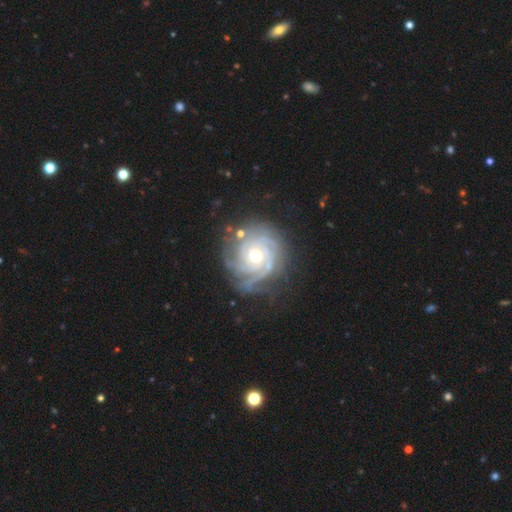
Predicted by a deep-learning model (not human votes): smooth_or_featured: featured or disk (p=0.89) [alt: star or artifact p=0.06]
disk_edge_on: no (p=0.98) [alt: yes p=0.02]
bar: no (p=0.78) [alt: weak p=0.17]
has_spiral_arms: yes (p=0.98) [alt: no p=0.02]
spiral_winding: tight (p=0.80) [alt: medium p=0.17]
spiral_arm_count: 4 (p=0.24) [alt: can't tell p=0.22]
bulge_size: moderate (p=0.63) [alt: small p=0.30]
merging: none (p=0.76) [alt: minor disturbance p=0.16]